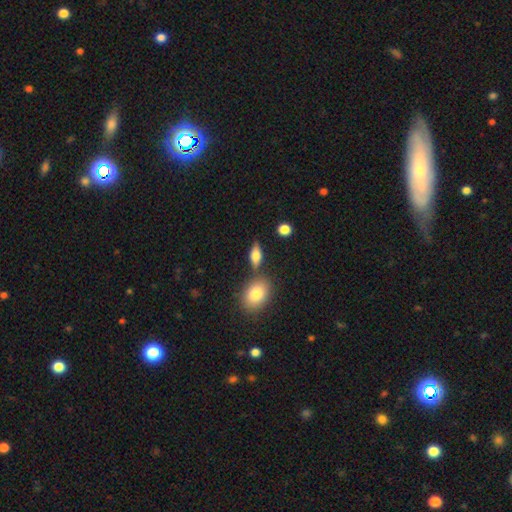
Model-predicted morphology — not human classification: type=smooth (68%); roundness=in between (77%); merging=none (72%).